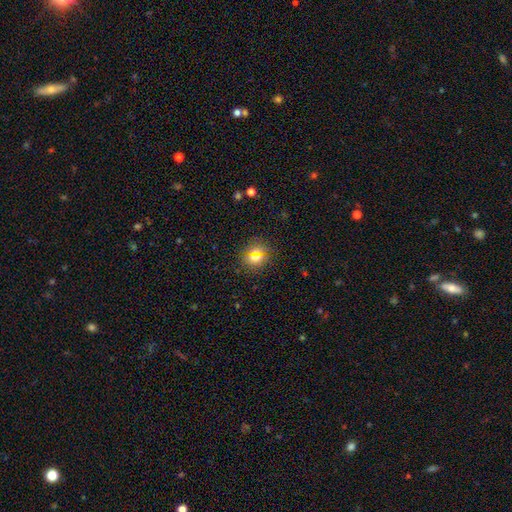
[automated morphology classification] Q: Smooth or featured?
A: smooth (66%); runner-up: star or artifact (24%)
Q: How rounded?
A: round (83%); runner-up: in between (15%)
Q: Merging?
A: none (87%); runner-up: minor disturbance (8%)